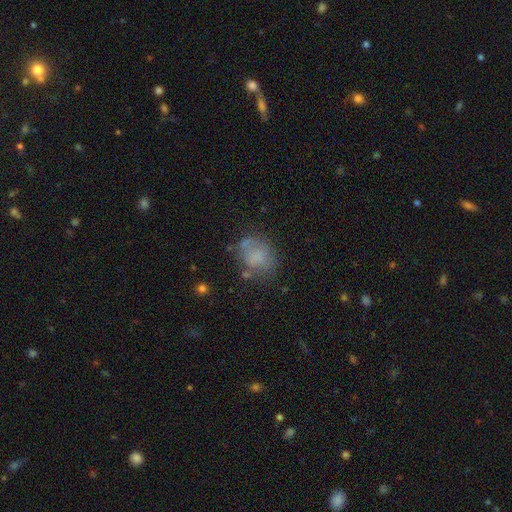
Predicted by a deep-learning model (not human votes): A smooth galaxy with no disk features (63%) that is round (53%).

Vote fractions:
- Smooth or featured? smooth: 63% / featured or disk: 21% / star or artifact: 15%
- How rounded? round: 53% / in between: 46% / cigar-shaped: 1%
- Merging? none: 59% / minor disturbance: 22% / major disturbance: 12% / merger: 8%